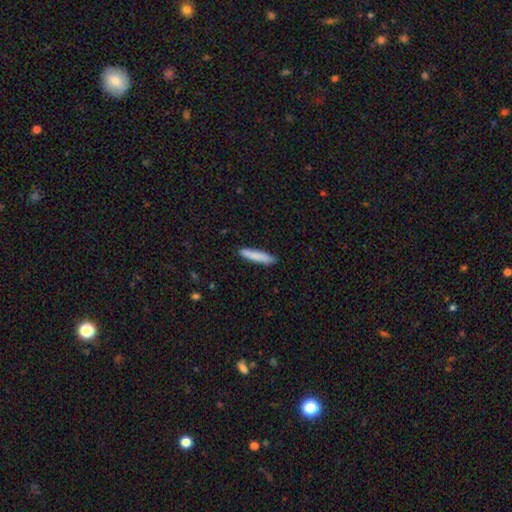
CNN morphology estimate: This appears to be a smooth galaxy with no disk features (83%) that is cigar-shaped (89%). Merging: none (87%).